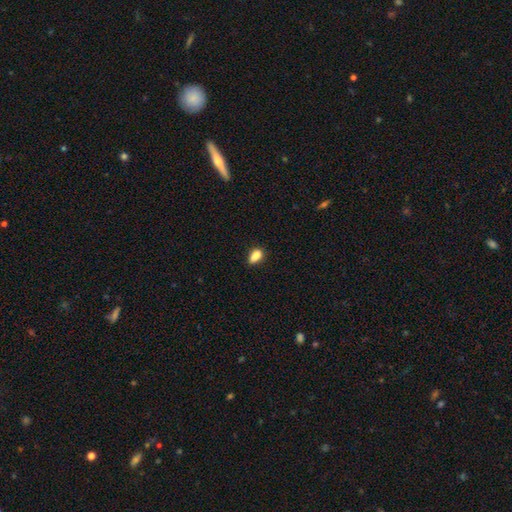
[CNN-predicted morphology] Smooth or featured? smooth (85%)
How rounded? in between (82%)
Merging? none (71%)